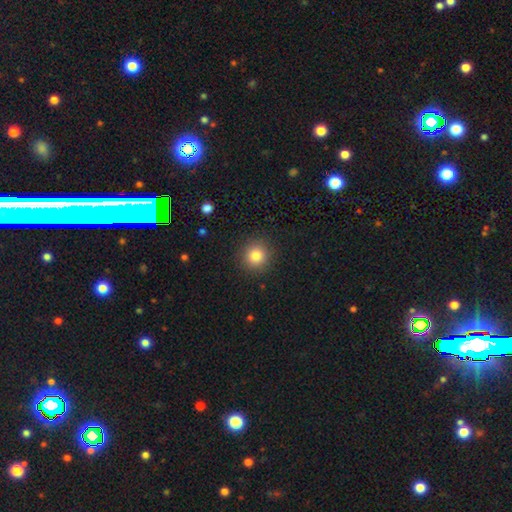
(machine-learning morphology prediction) A smooth galaxy with no disk features (82%) that is round (93%). Merging: none (90%).